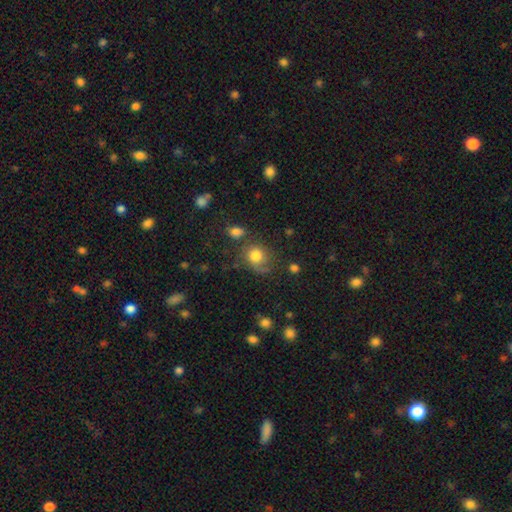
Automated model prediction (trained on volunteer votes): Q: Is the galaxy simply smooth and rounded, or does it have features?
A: smooth — 69%.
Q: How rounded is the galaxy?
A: round — 73%.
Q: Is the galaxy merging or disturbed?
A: none — 53%.